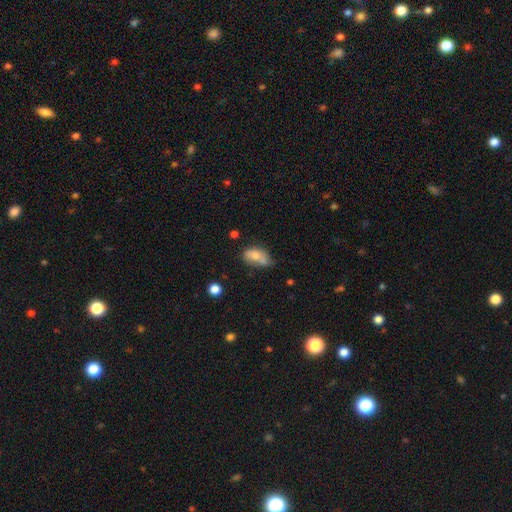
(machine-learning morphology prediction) Smooth or featured? Predicted: smooth (p=0.73). How rounded? Predicted: in between (p=0.88). Merging? Predicted: minor disturbance (p=0.36).